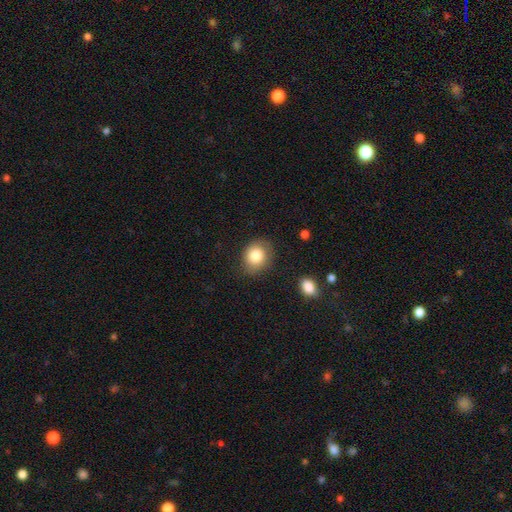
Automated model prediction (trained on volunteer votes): Smooth or featured? smooth (81%)
How rounded? round (58%)
Merging? none (77%)